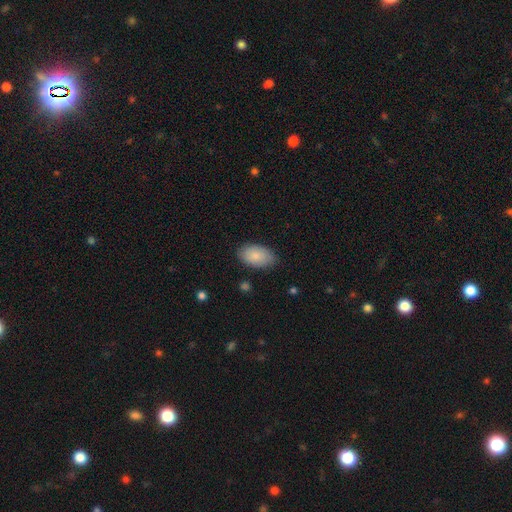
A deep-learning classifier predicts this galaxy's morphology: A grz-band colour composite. It shows a smooth galaxy with no disk features (85%) that is in between round and cigar-shaped (94%). Merging: none (81%).